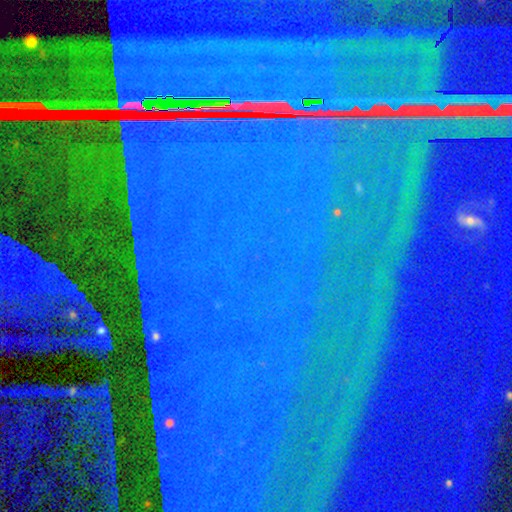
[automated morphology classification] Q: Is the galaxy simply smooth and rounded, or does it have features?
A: star or artifact — 90%.